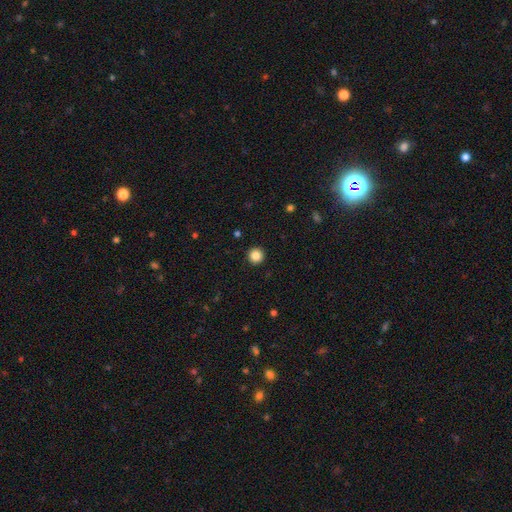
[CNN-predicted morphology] This appears to be a smooth galaxy with no disk features (85%) that is round (96%). Merging: none (93%).